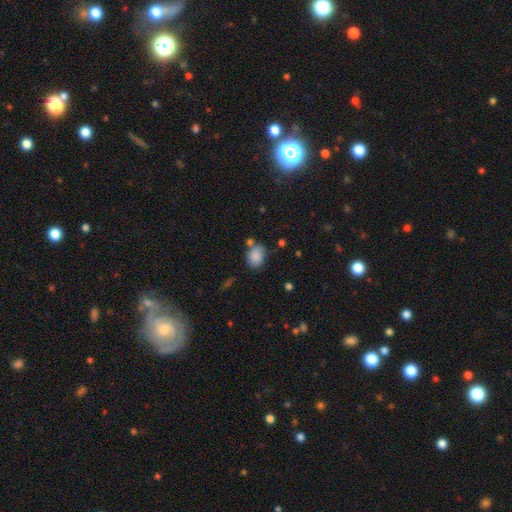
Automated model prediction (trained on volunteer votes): A smooth galaxy with no disk features (86%) that is in between round and cigar-shaped (67%).

Vote fractions:
- Smooth or featured? smooth: 86% / star or artifact: 8% / featured or disk: 5%
- How rounded? in between: 67% / round: 32% / cigar-shaped: 1%
- Merging? none: 65% / minor disturbance: 18% / merger: 12% / major disturbance: 5%